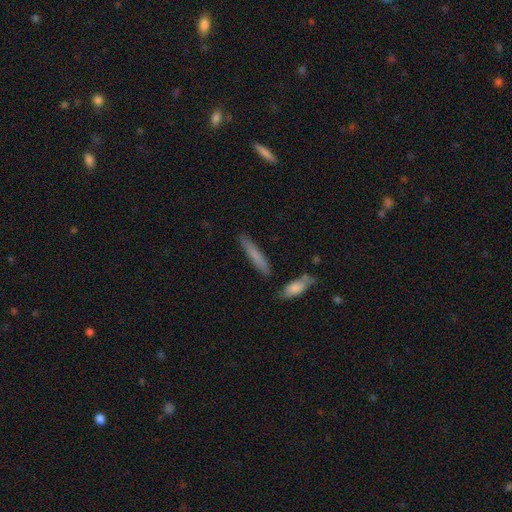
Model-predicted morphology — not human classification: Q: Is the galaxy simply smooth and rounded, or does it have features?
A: smooth — 73%.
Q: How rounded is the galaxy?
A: cigar-shaped — 91%.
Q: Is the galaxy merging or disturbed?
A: none — 85%.